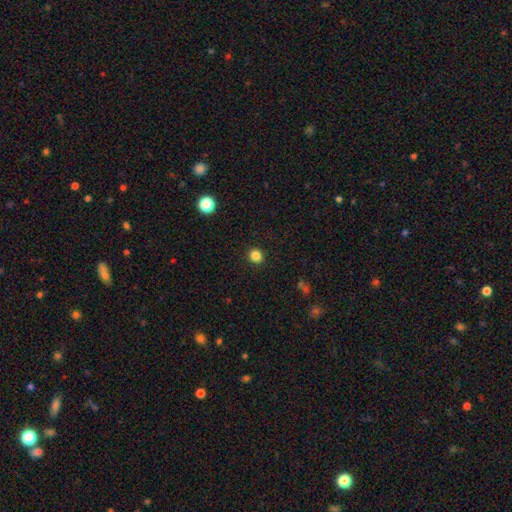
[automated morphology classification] type=smooth (84%); roundness=round (83%); merging=none (91%).